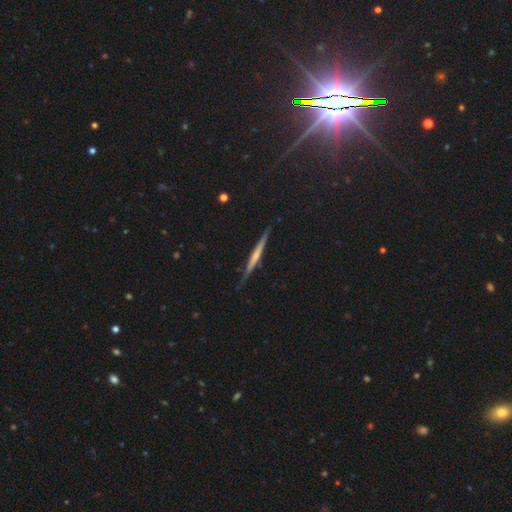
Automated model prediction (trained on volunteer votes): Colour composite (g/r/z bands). It shows a featured or disk galaxy (63%) viewed edge-on (97%) with no central bulge (52%). Merging: none (84%).